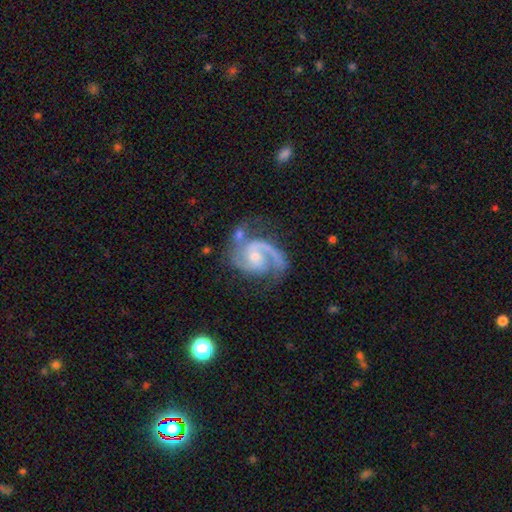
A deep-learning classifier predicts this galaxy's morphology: This is clearly a featured or disk galaxy (91%). It is clearly not viewed edge-on (98%). Bar: possibly no (52%). Spiral arm pattern: clearly yes (98%). Spiral arm count: clearly 2 (82%). Spiral winding: possibly medium (58%). Central bulge: possibly small (58%). Merging: possibly none (60%).